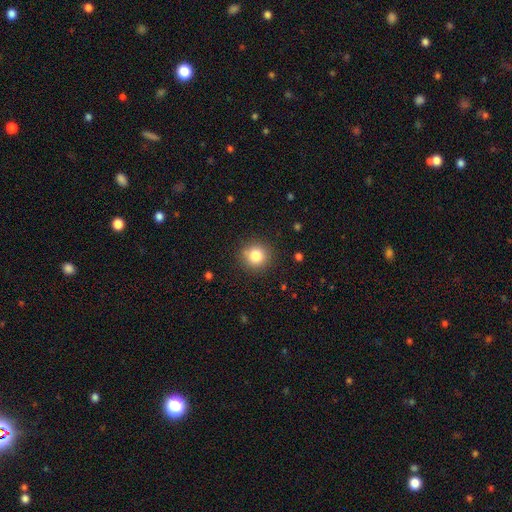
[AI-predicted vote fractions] Q: Smooth or featured?
A: smooth (82%); runner-up: star or artifact (11%)
Q: How rounded?
A: round (92%); runner-up: in between (7%)
Q: Merging?
A: none (88%); runner-up: minor disturbance (8%)